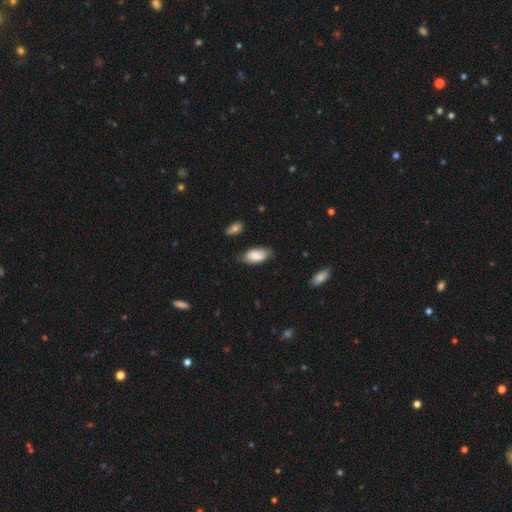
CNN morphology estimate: type=smooth (83%); roundness=in between (92%); merging=none (74%).